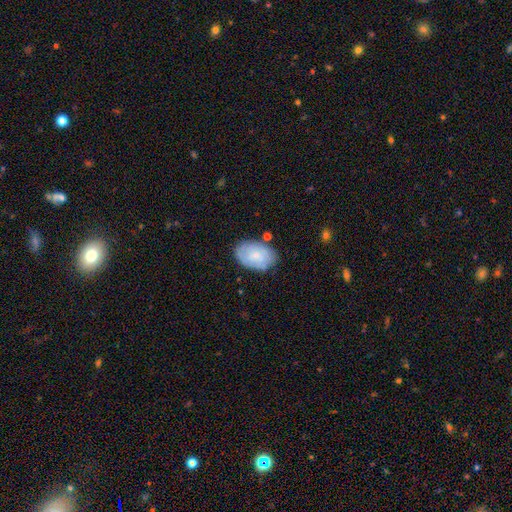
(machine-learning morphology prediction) smooth_or_featured: smooth (p=0.59) [alt: featured or disk p=0.34]
how_rounded: in between (p=0.89) [alt: round p=0.10]
merging: none (p=0.74) [alt: minor disturbance p=0.19]